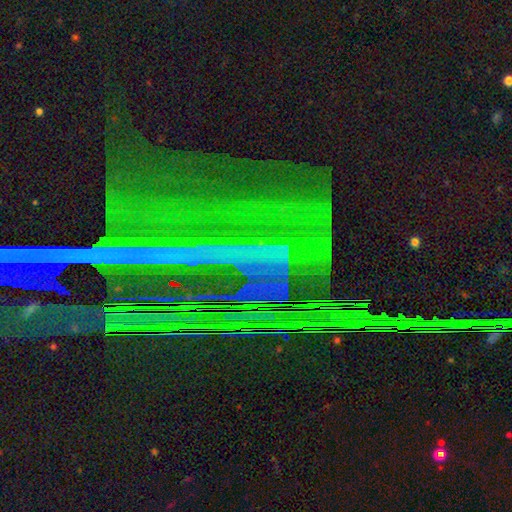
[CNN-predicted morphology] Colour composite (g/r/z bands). It shows a star or artifact, not a galaxy (84%).